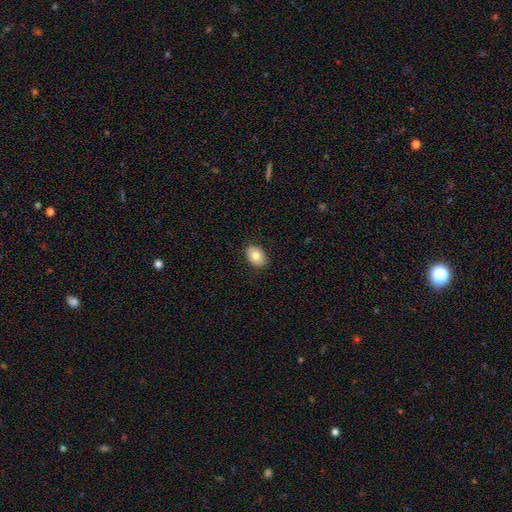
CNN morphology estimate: Smooth or featured? Predicted: smooth (p=0.80). How rounded? Predicted: in between (p=0.77). Merging? Predicted: none (p=0.88).